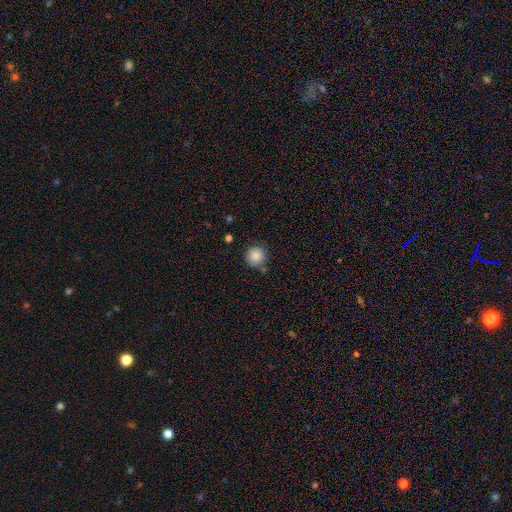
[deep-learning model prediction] smooth 85%, star or artifact 9%, featured or disk 6%. Down the decision tree: how rounded — round (93%); merging — none (79%).